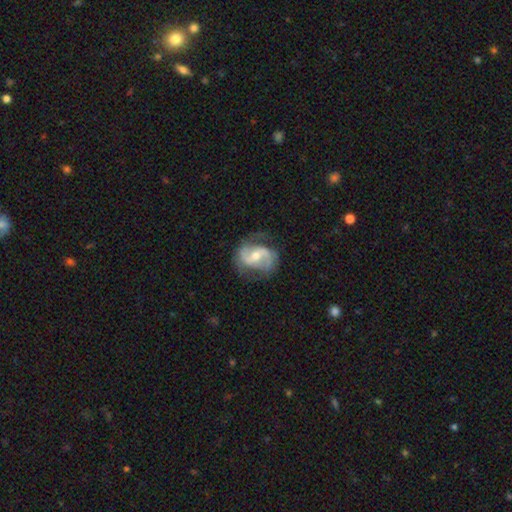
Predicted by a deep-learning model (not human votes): Smooth or featured: featured or disk — 84% (smooth — 11%)
Edge-on disk: no — 97% (yes — 3%)
Bar: weak — 47% (no — 30%)
Spiral arms: yes — 94% (no — 6%)
Spiral winding: medium — 48% (loose — 36%)
Spiral arm count: 2 — 89% (can't tell — 5%)
Bulge size: moderate — 58% (small — 36%)
Merging: none — 70% (minor disturbance — 19%)